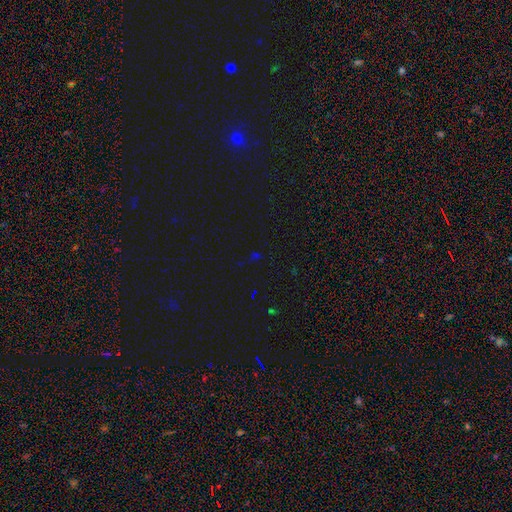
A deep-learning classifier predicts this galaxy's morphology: Smooth or featured? Predicted: star or artifact (p=0.68).